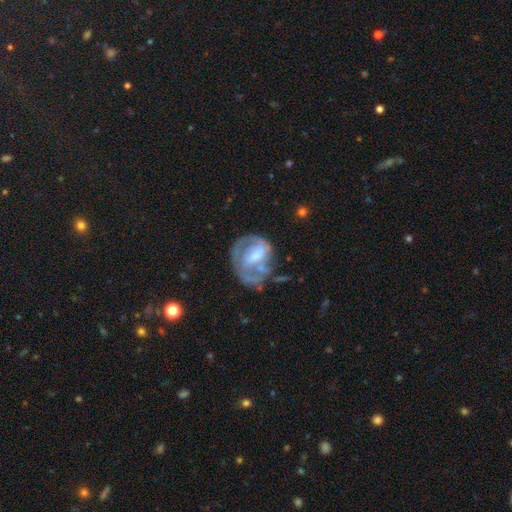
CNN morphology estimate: A featured or disk galaxy (69%) with a weak bar (43%), spiral arms (67%) and a small central bulge (37%).

Vote fractions:
- Smooth or featured? featured or disk: 69% / smooth: 24% / star or artifact: 7%
- Edge-on disk? no: 97% / yes: 3%
- Bar? weak: 43% / no: 38% / strong: 19%
- Spiral arms? yes: 67% / no: 33%
- Bulge size? small: 37% / moderate: 35% / none: 16% / large: 9% / dominant: 2%
- Merging? none: 41% / major disturbance: 29% / minor disturbance: 23% / merger: 7%